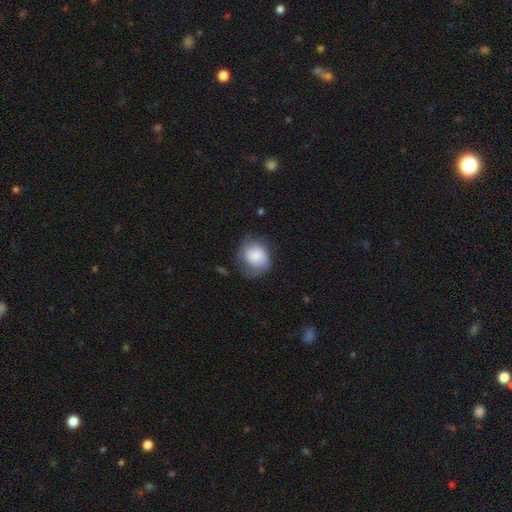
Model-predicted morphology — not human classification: This appears to be a smooth galaxy with no disk features (67%) that is round (67%). Merging: none (50%).